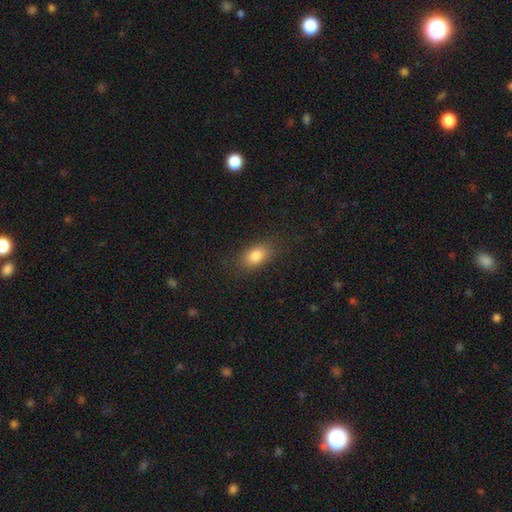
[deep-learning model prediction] A smooth galaxy with no disk features (82%) that is in between round and cigar-shaped (83%). Merging: none (82%).